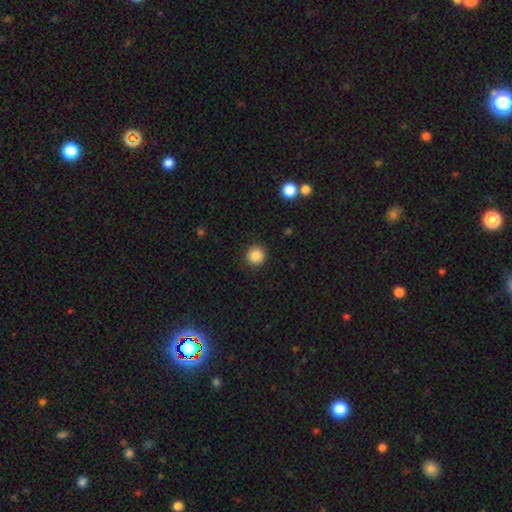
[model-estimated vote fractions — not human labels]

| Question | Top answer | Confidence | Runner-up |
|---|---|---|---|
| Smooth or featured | smooth | 88% | star or artifact (9%) |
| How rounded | round | 94% | in between (5%) |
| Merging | none | 91% | minor disturbance (6%) |